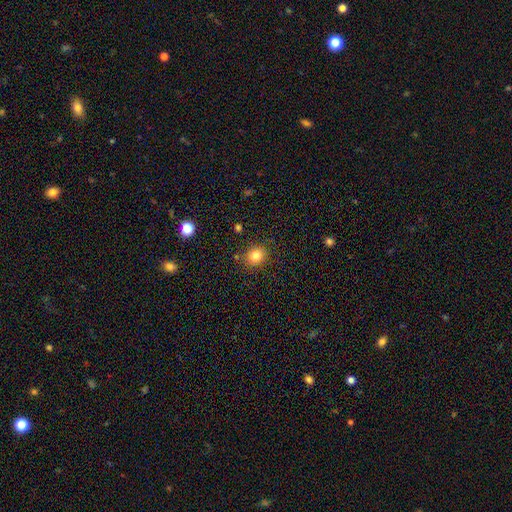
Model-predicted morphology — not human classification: This appears to be a smooth galaxy with no disk features (82%) that is round (78%). Merging: none (85%).